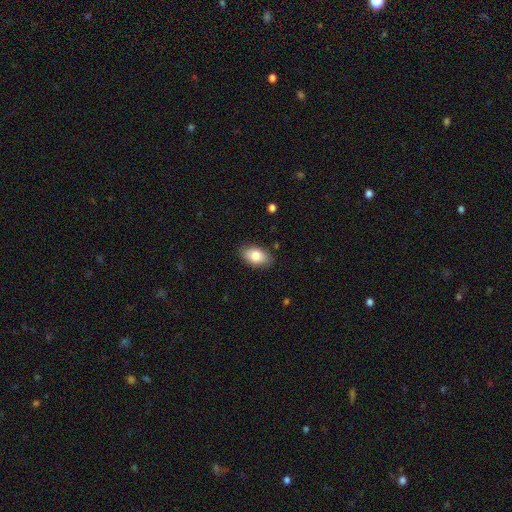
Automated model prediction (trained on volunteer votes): Morphology: type=smooth (82%); roundness=in between (92%); merging=none (85%).